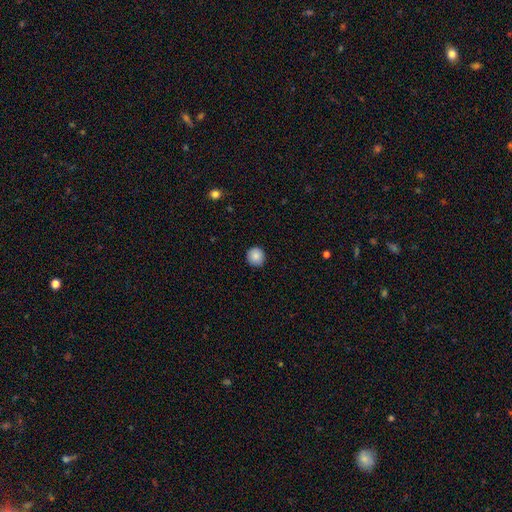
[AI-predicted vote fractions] smooth-or-featured: smooth: 87% | star or artifact: 8% | featured or disk: 4%
  how-rounded: round: 93% | in between: 6% | cigar-shaped: 1%
  merging: none: 92% | minor disturbance: 5% | major disturbance: 1% | merger: 1%